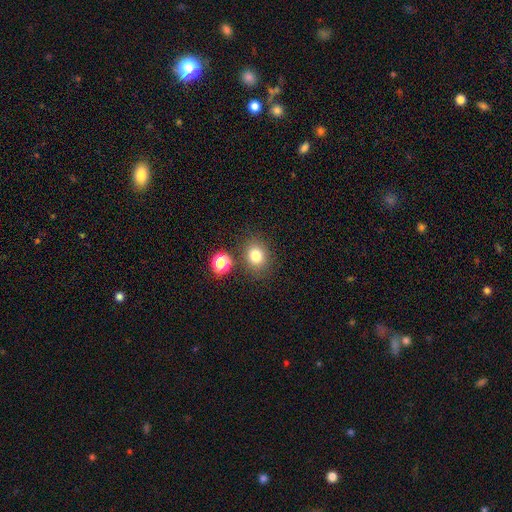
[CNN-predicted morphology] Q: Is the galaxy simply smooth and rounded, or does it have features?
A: smooth — 78%.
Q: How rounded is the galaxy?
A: round — 64%.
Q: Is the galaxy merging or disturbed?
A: none — 79%.